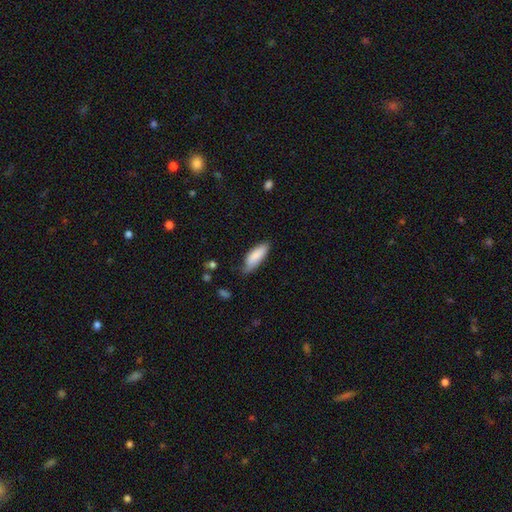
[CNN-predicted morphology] type=smooth (86%); roundness=in between (65%); merging=none (66%).